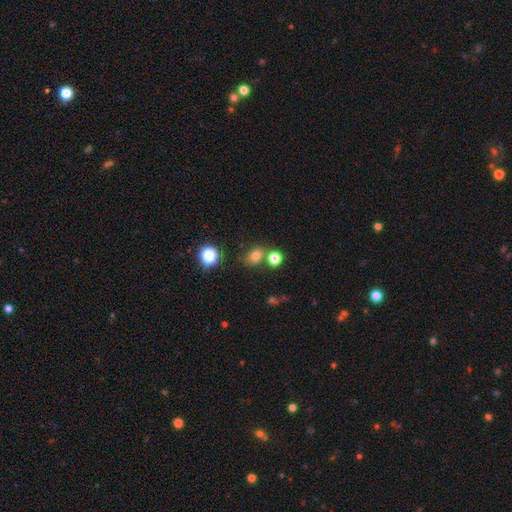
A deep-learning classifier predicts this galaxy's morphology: A smooth galaxy with no disk features (73%) that is round (55%). Merging: none (63%).